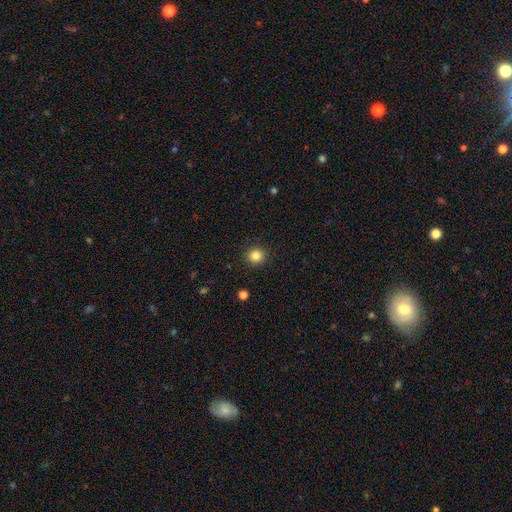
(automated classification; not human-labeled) smooth-or-featured: smooth: 84% | star or artifact: 11% | featured or disk: 4%
  how-rounded: round: 92% | in between: 7% | cigar-shaped: 1%
  merging: none: 92% | minor disturbance: 5% | major disturbance: 2% | merger: 1%